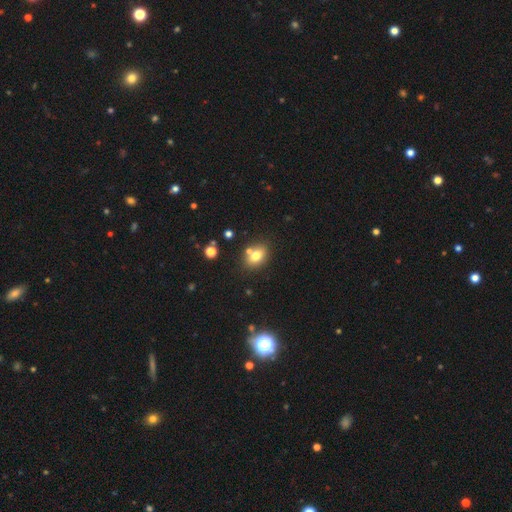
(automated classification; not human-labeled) smooth_or_featured: smooth (p=0.76) [alt: featured or disk p=0.13]
how_rounded: in between (p=0.74) [alt: round p=0.24]
merging: none (p=0.68) [alt: merger p=0.17]